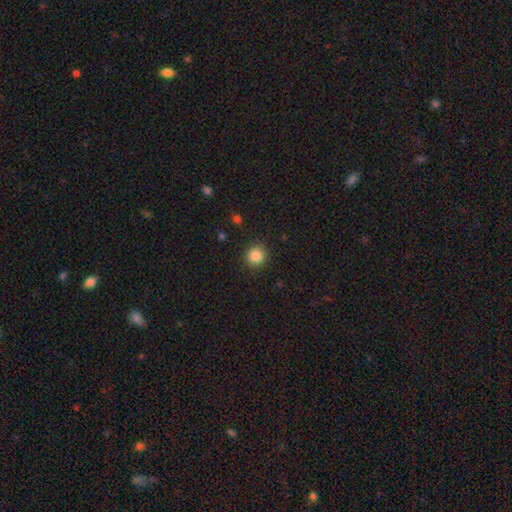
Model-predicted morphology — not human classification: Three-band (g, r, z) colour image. It shows a smooth galaxy with no disk features (85%) that is round (94%). Merging: none (91%).